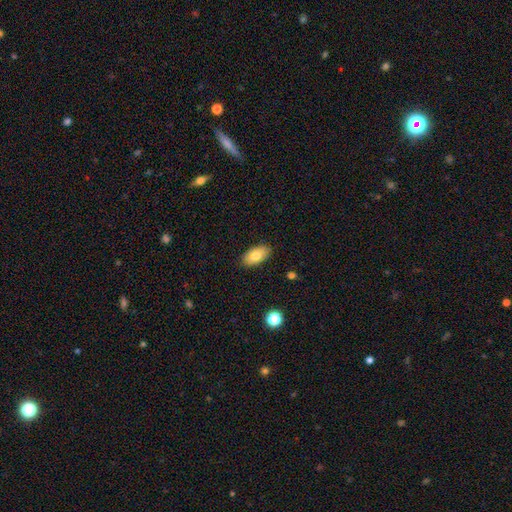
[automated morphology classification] Smooth or featured? smooth (79%)
How rounded? in between (93%)
Merging? none (88%)